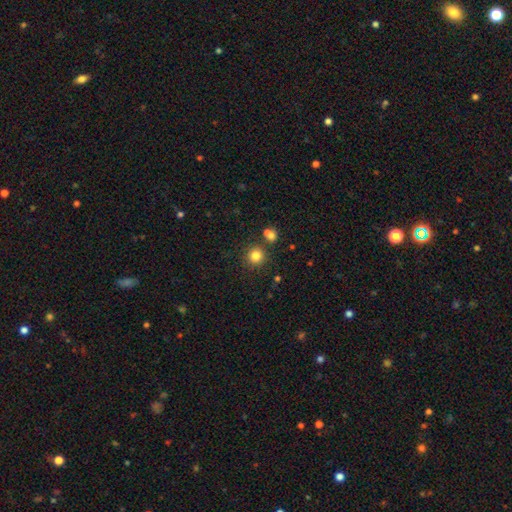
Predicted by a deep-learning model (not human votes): Smooth or featured: smooth — 83% (star or artifact — 12%)
How rounded: round — 91% (in between — 8%)
Merging: none — 80% (merger — 9%)